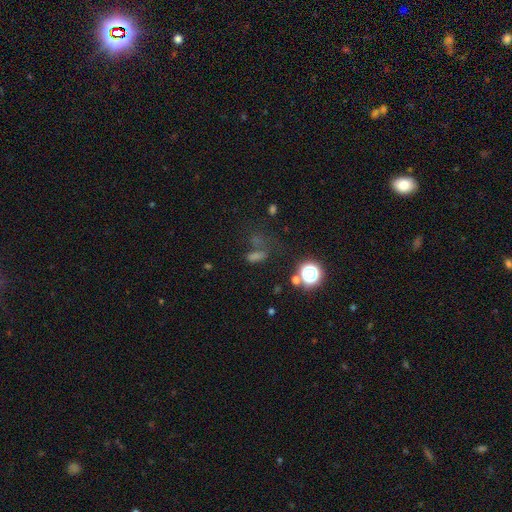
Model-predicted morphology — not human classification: This appears to be a smooth galaxy with no disk features (50%). Merging: none (51%).